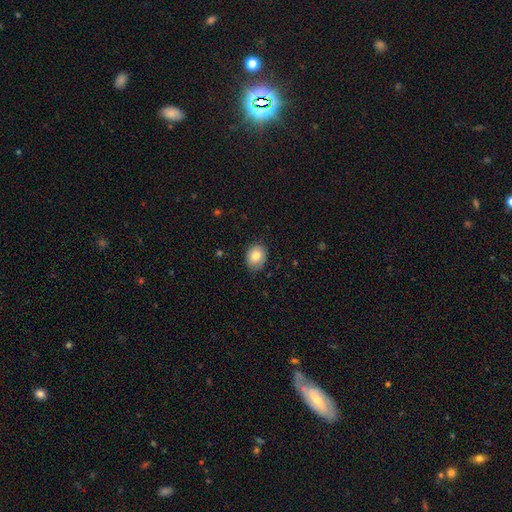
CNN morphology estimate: A smooth galaxy with no disk features (83%) that is in between round and cigar-shaped (56%).

Vote fractions:
- Smooth or featured? smooth: 83% / featured or disk: 9% / star or artifact: 8%
- How rounded? in between: 56% / round: 43% / cigar-shaped: 1%
- Merging? none: 84% / minor disturbance: 13% / major disturbance: 2% / merger: 1%